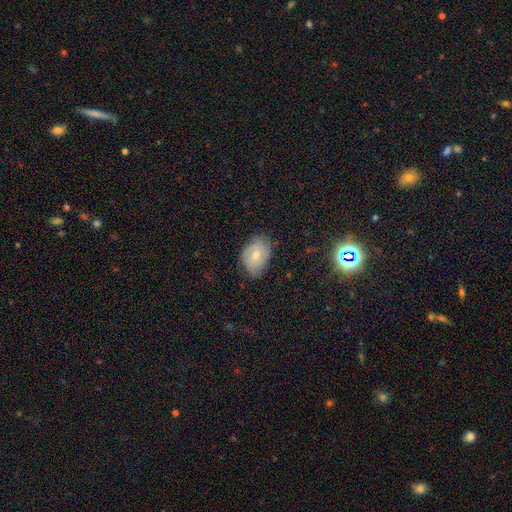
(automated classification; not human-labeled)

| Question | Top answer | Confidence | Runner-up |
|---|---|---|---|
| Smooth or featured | smooth | 61% | featured or disk (32%) |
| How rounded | in between | 79% | round (20%) |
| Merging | none | 66% | minor disturbance (27%) |